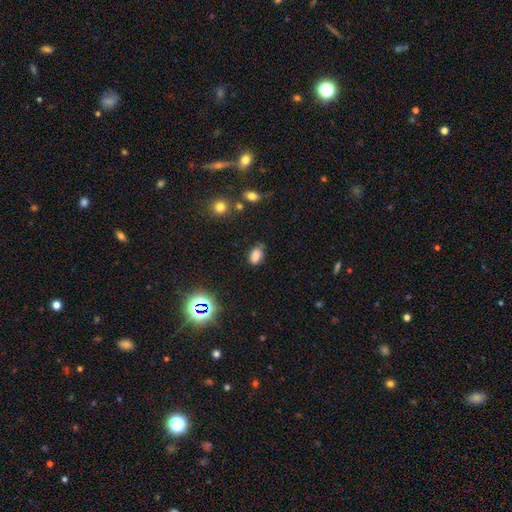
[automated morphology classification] Smooth or featured?
  - smooth: 80% *
  - star or artifact: 14%
  - featured or disk: 6%
How rounded?
  - in between: 87% *
  - round: 10%
  - cigar-shaped: 2%
Merging?
  - none: 70% *
  - minor disturbance: 22%
  - major disturbance: 5%
  - merger: 3%